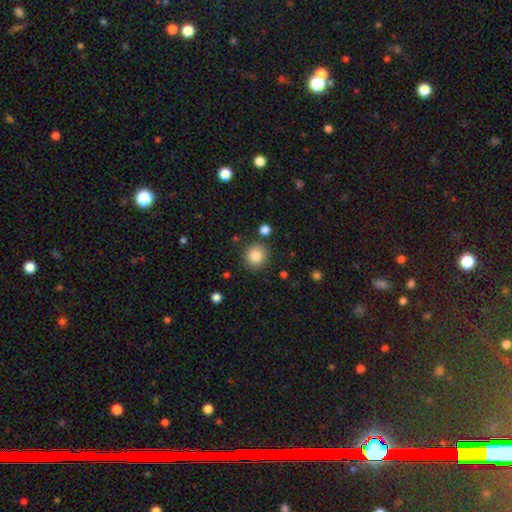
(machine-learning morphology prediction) smooth_or_featured: smooth (p=0.84) [alt: star or artifact p=0.10]
how_rounded: round (p=0.90) [alt: in between p=0.10]
merging: none (p=0.87) [alt: minor disturbance p=0.08]